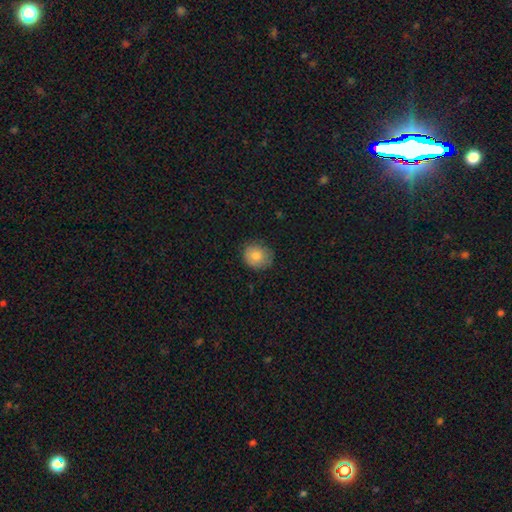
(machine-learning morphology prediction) smooth 80%, featured or disk 11%, star or artifact 9%. Down the decision tree: how rounded — round (83%); merging — none (81%).